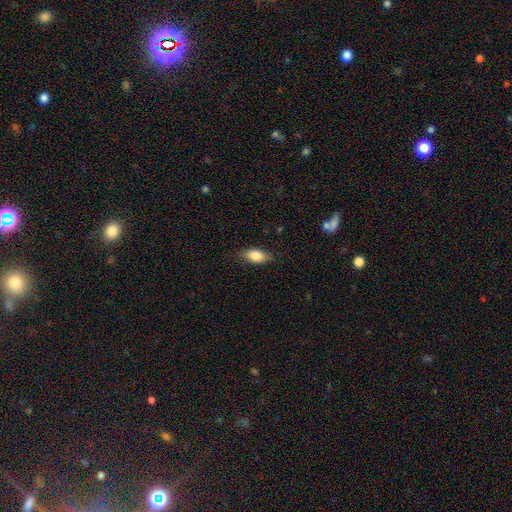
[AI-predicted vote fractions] smooth-or-featured: smooth: 81% | featured or disk: 12% | star or artifact: 7%
  how-rounded: in between: 87% | cigar-shaped: 8% | round: 5%
  merging: none: 81% | minor disturbance: 15% | major disturbance: 3% | merger: 1%